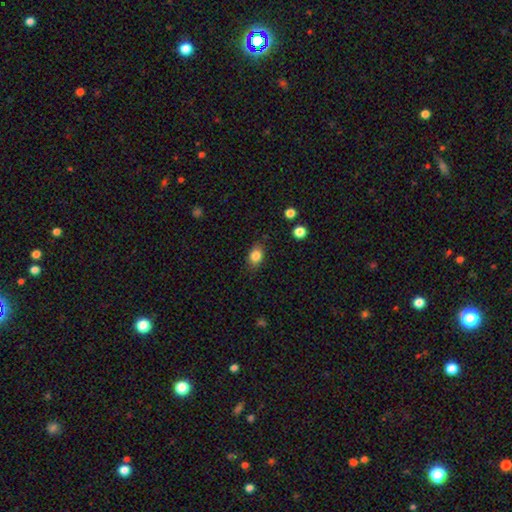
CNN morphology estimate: A smooth galaxy with no disk features (84%) that is in between round and cigar-shaped (72%).

Vote fractions:
- Smooth or featured? smooth: 84% / star or artifact: 9% / featured or disk: 7%
- How rounded? in between: 72% / round: 26% / cigar-shaped: 2%
- Merging? none: 81% / minor disturbance: 14% / major disturbance: 3% / merger: 2%